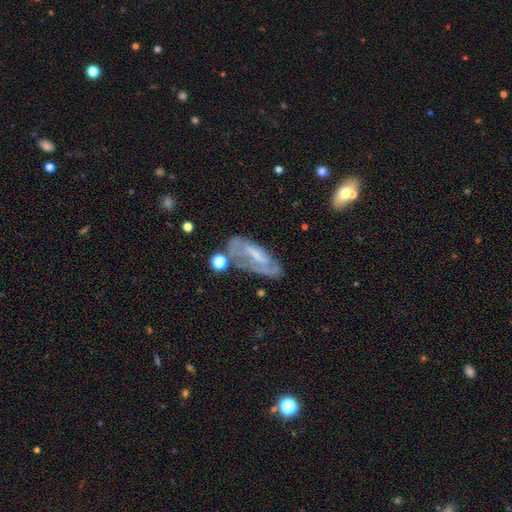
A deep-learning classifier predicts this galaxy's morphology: smooth-or-featured: featured or disk: 59% | smooth: 31% | star or artifact: 9%
  disk-edge-on: no: 84% | yes: 16%
  merging: none: 45% | minor disturbance: 25% | major disturbance: 22% | merger: 8%